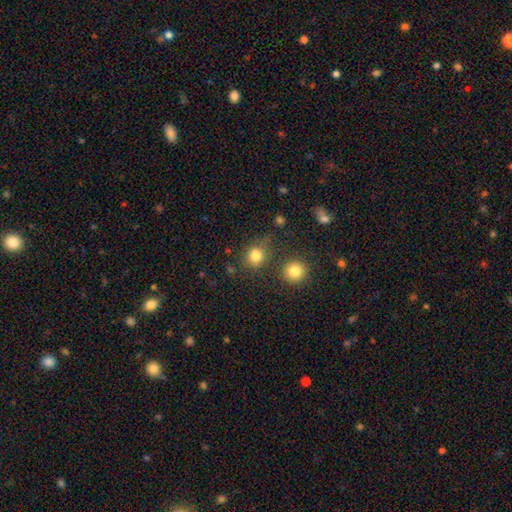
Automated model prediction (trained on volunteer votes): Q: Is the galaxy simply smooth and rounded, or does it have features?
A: smooth — 80%.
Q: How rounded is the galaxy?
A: round — 67%.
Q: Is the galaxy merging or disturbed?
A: none — 69%.